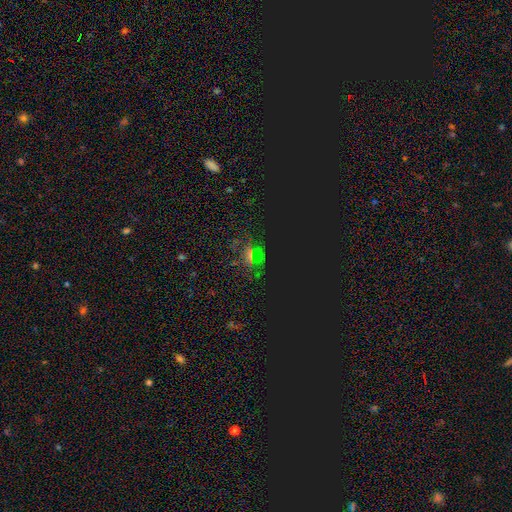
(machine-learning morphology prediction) This is likely a star or artifact rather than a galaxy (72%).